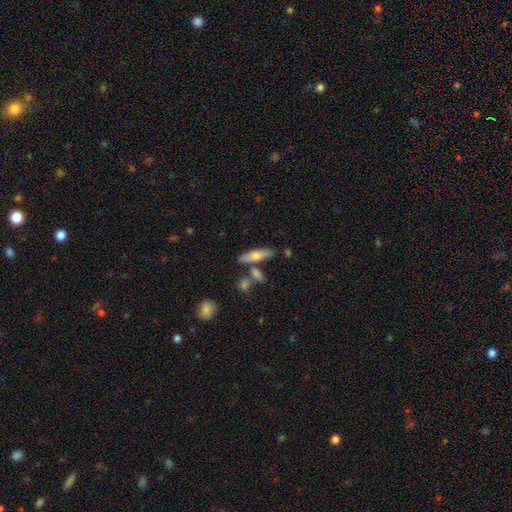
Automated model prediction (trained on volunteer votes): Smooth or featured? smooth (60%)
How rounded? cigar-shaped (65%)
Merging? none (71%)